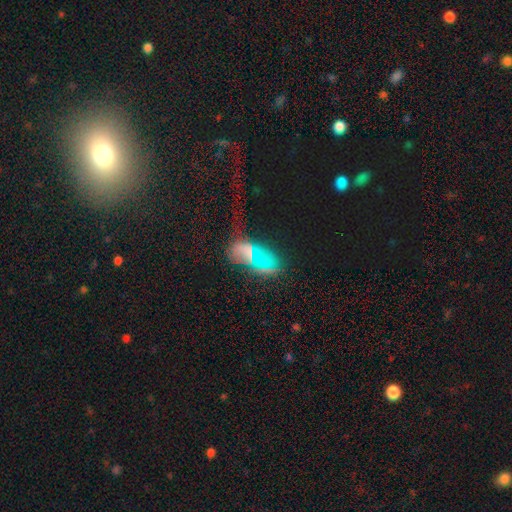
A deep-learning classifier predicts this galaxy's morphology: This is marginally a star or artifact rather than a galaxy (42%).